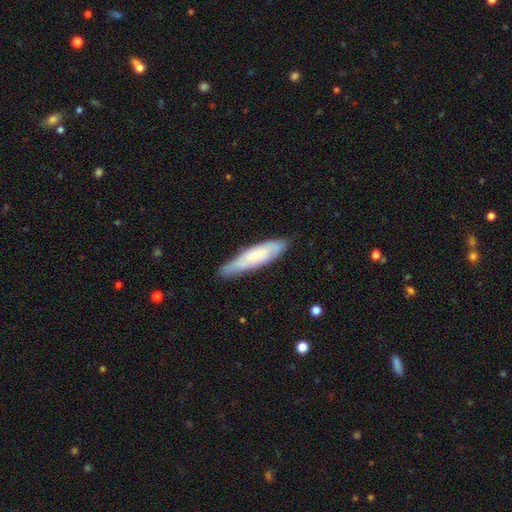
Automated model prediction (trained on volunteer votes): Smooth or featured? smooth (58%)
How rounded? cigar-shaped (73%)
Merging? none (77%)